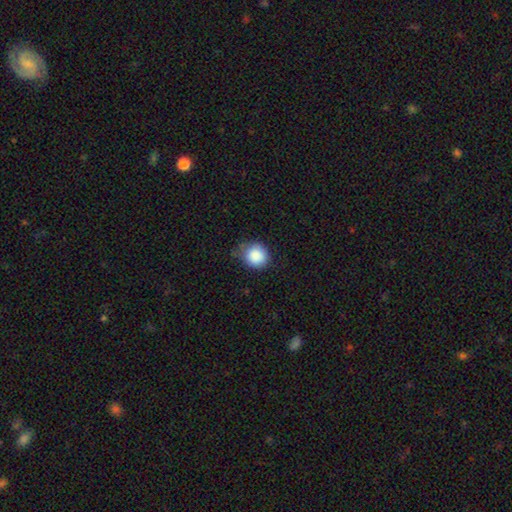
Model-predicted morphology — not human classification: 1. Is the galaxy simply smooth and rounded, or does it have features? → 88% smooth, 8% star or artifact, 4% featured or disk.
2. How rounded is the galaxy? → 83% round, 16% in between, 1% cigar-shaped.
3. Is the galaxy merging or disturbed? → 62% none, 30% minor disturbance, 6% major disturbance, 2% merger.